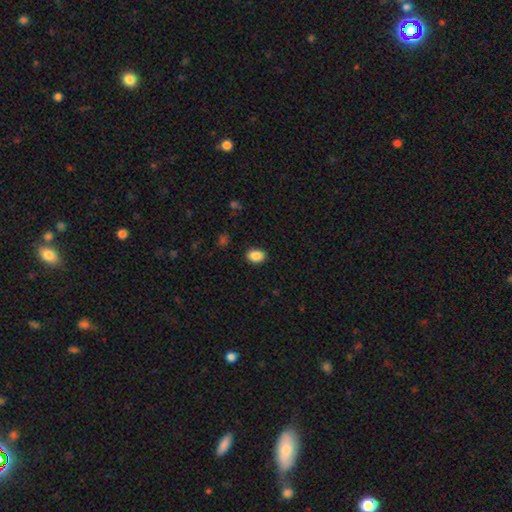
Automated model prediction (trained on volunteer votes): The model was most divided on "how rounded": in between: 77%, round: 22%, cigar-shaped: 1%. More confident: merging — none (89%); smooth or featured — smooth (88%).